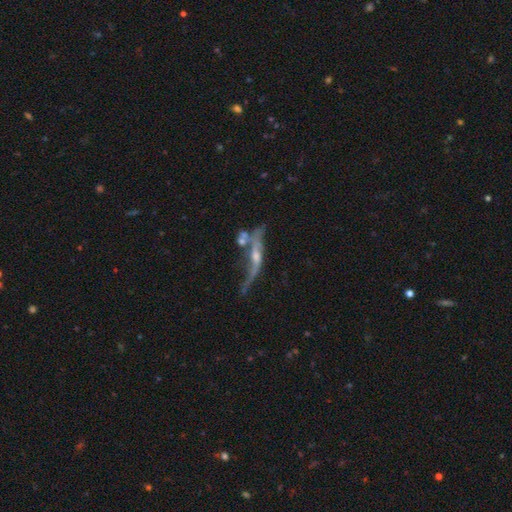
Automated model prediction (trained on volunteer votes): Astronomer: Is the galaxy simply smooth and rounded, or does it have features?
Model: featured or disk — 73%.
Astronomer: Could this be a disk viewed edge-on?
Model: yes — 66%.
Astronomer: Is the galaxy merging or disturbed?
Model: none — 33% (runner-up: merger, 30%).